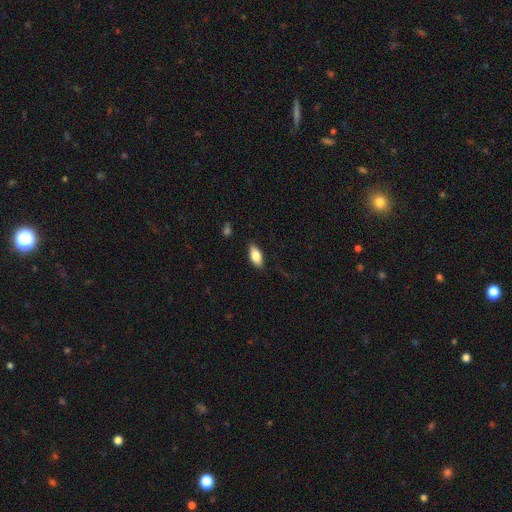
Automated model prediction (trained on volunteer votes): A smooth galaxy with no disk features (81%) that is in between round and cigar-shaped (88%). Merging: none (84%).